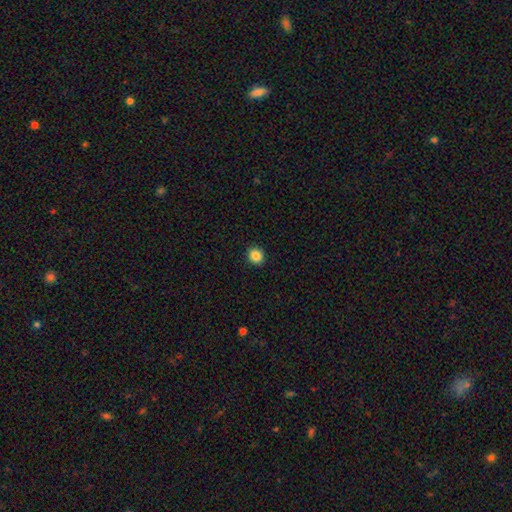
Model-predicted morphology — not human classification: Overall: smooth (86%). How rounded: round (82%). Merging: none (92%).